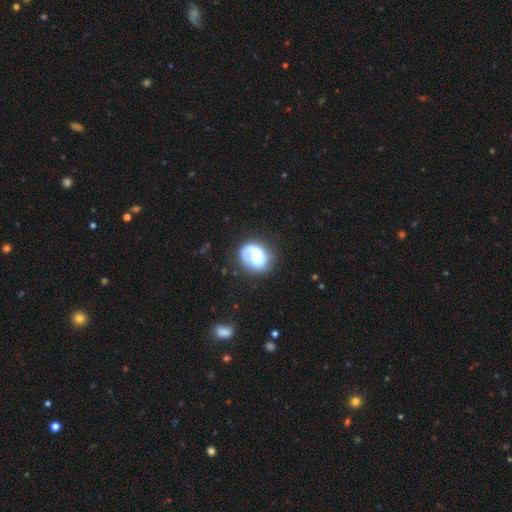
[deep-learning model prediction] This is possibly a smooth galaxy (50%). Merging: possibly none (52%).